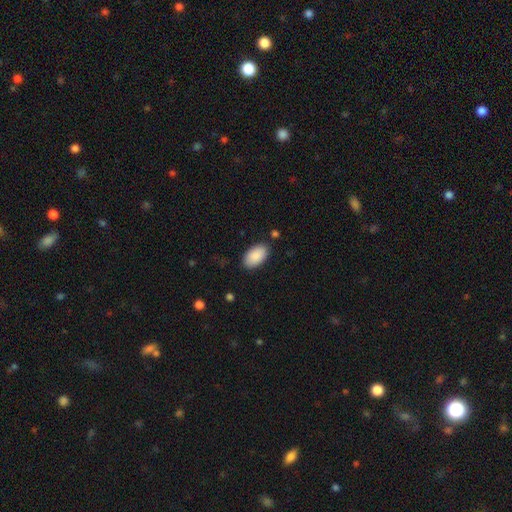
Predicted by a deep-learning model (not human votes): Smooth or featured: smooth — 90% (star or artifact — 6%)
How rounded: in between — 96% (round — 3%)
Merging: none — 86% (minor disturbance — 10%)